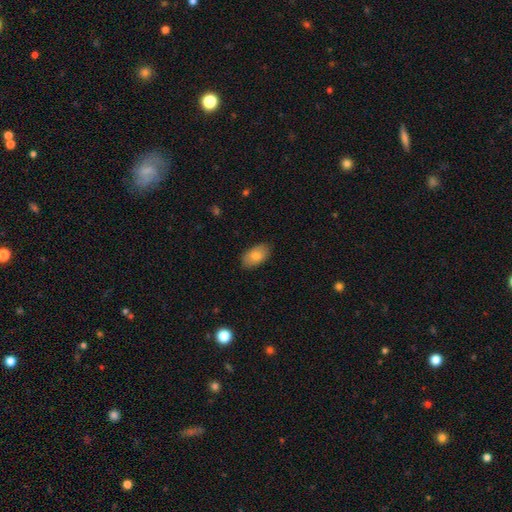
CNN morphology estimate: smooth 82%, featured or disk 12%, star or artifact 6%. Down the decision tree: how rounded — in between (93%); merging — none (86%).